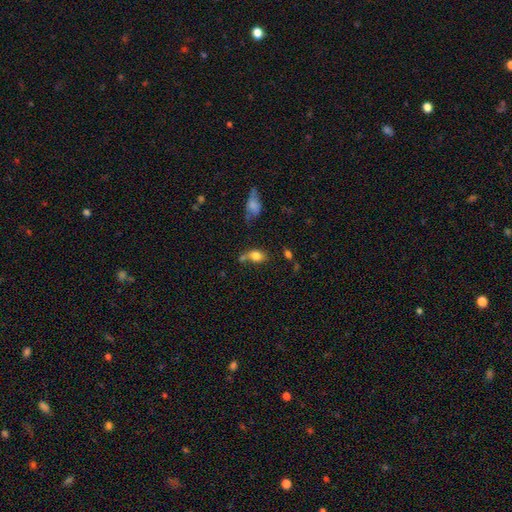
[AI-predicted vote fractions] Smooth or featured?
  - smooth: 80% *
  - featured or disk: 10%
  - star or artifact: 10%
How rounded?
  - in between: 76% *
  - round: 21%
  - cigar-shaped: 3%
Merging?
  - none: 49% *
  - merger: 22%
  - minor disturbance: 21%
  - major disturbance: 9%